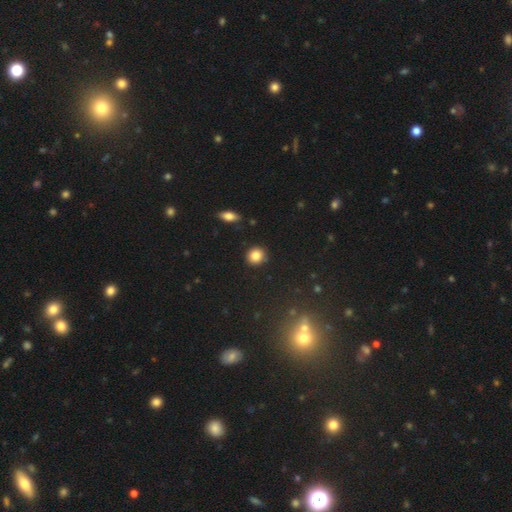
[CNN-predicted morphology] The model was most divided on "how rounded": round: 84%, in between: 15%, cigar-shaped: 1%. More confident: merging — none (89%); smooth or featured — smooth (85%).